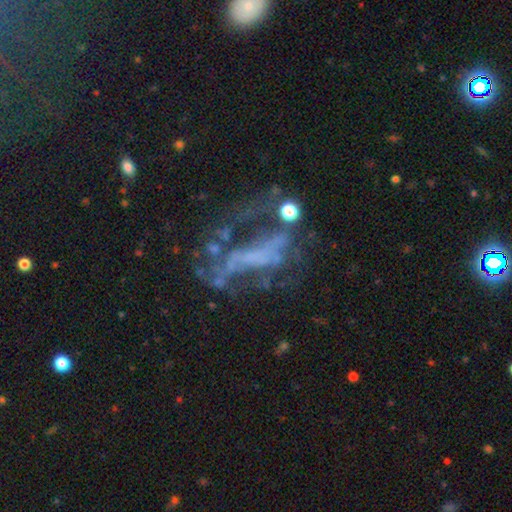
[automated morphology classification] A featured or disk galaxy (65%) with no bar (57%), no spiral arms (61%) and no central bulge (70%).

Vote fractions:
- Smooth or featured? featured or disk: 65% / star or artifact: 21% / smooth: 14%
- Edge-on disk? no: 92% / yes: 8%
- Bar? no: 57% / strong: 22% / weak: 21%
- Spiral arms? no: 61% / yes: 39%
- Bulge size? none: 70% / small: 16% / moderate: 9% / large: 3% / dominant: 1%
- Merging? major disturbance: 42% / none: 33% / minor disturbance: 16% / merger: 10%